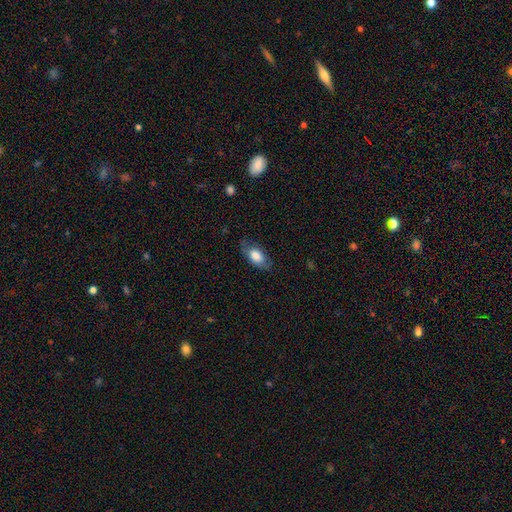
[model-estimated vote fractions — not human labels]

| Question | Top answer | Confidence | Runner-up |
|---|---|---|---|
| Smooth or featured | smooth | 71% | featured or disk (22%) |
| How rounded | in between | 90% | cigar-shaped (5%) |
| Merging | none | 71% | minor disturbance (21%) |